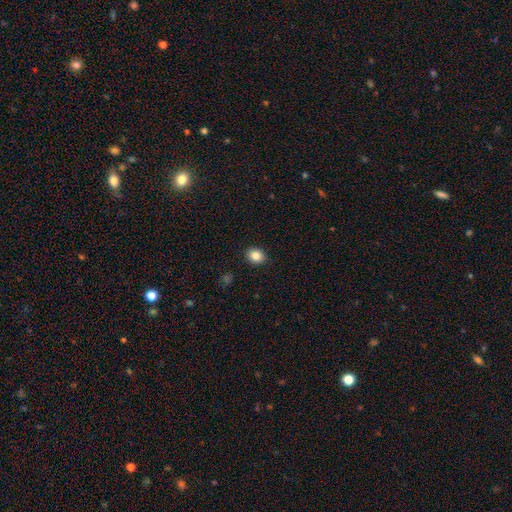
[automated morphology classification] Q: Smooth or featured?
A: smooth (85%); runner-up: star or artifact (9%)
Q: How rounded?
A: round (57%); runner-up: in between (42%)
Q: Merging?
A: none (91%); runner-up: minor disturbance (7%)